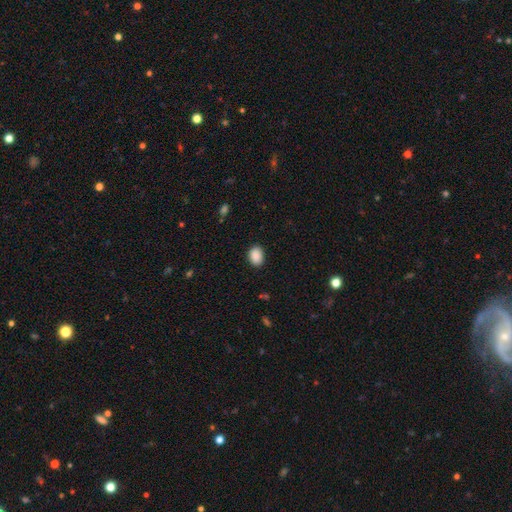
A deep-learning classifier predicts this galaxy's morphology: smooth 90%, star or artifact 8%, featured or disk 3%. Down the decision tree: how rounded — in between (78%); merging — none (88%).